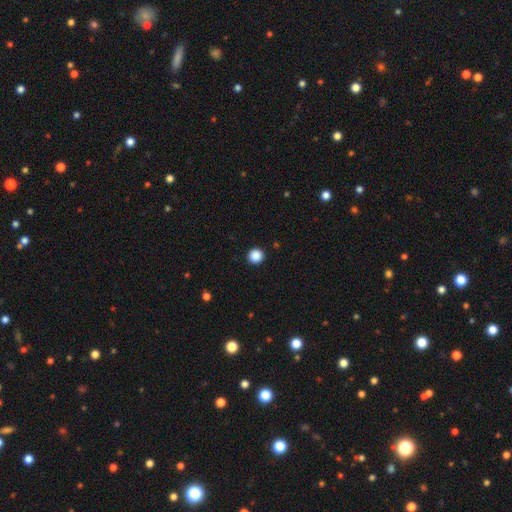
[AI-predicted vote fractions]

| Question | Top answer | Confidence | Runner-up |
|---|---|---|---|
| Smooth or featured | smooth | 88% | star or artifact (9%) |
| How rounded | round | 95% | in between (4%) |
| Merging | none | 93% | minor disturbance (4%) |